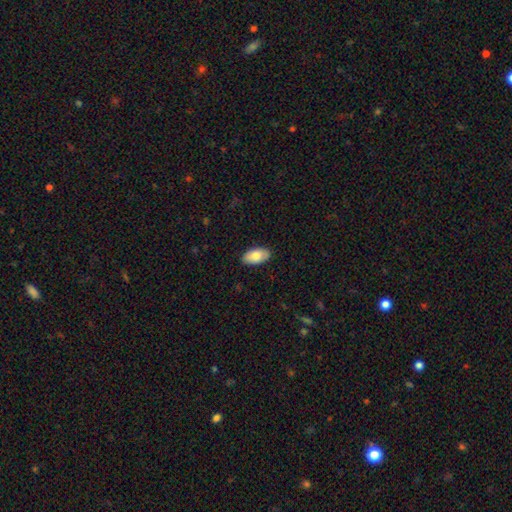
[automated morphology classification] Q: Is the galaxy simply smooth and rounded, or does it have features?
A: smooth — 78%.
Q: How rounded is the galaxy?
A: in between — 95%.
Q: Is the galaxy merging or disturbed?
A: none — 87%.